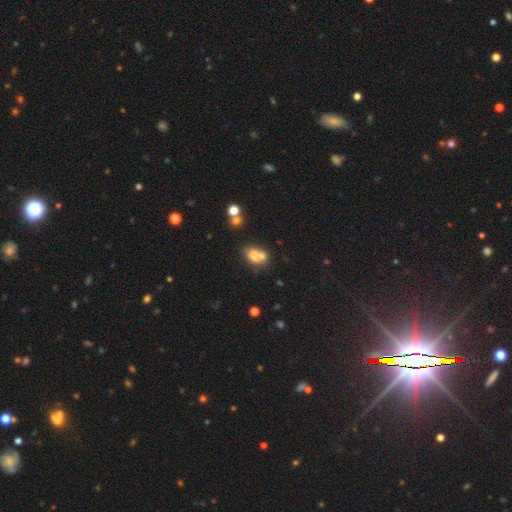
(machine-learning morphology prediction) Smooth or featured? Predicted: smooth (p=0.73). How rounded? Predicted: in between (p=0.65). Merging? Predicted: merger (p=0.46).